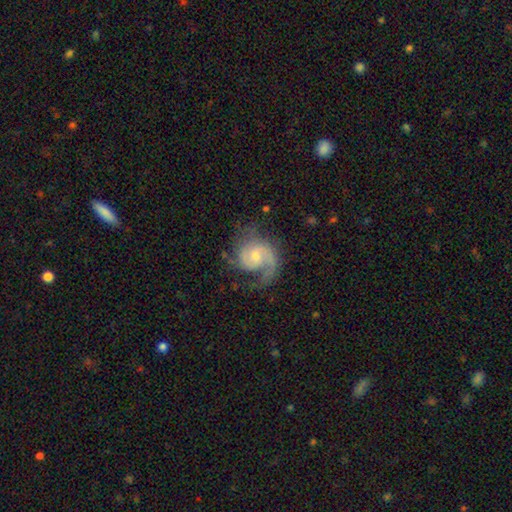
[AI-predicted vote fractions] Smooth or featured? featured or disk (85%)
Edge-on disk? no (98%)
Bar? no (62%)
Spiral arms? yes (96%)
Spiral winding? medium (46%)
Spiral arm count? 1 (45%)
Bulge size? small (49%)
Merging? none (59%)